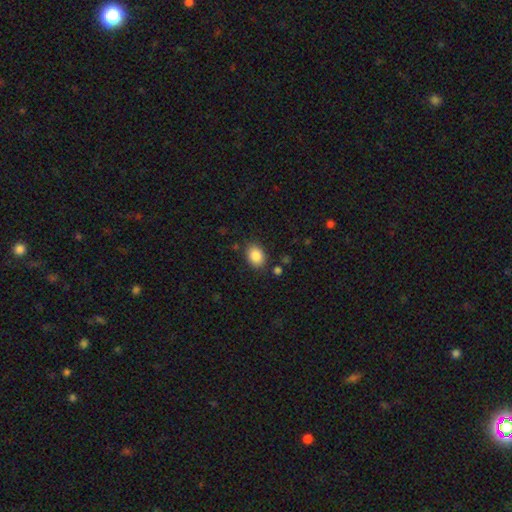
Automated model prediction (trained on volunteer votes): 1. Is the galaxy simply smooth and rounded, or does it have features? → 87% smooth, 8% star or artifact, 5% featured or disk.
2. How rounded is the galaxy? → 66% in between, 33% round, 1% cigar-shaped.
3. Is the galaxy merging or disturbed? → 83% none, 11% minor disturbance, 3% major disturbance, 3% merger.